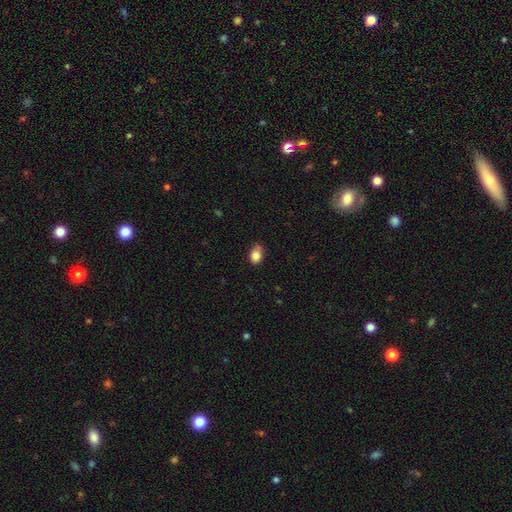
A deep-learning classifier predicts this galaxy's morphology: Smooth or featured? Predicted: smooth (p=0.83). How rounded? Predicted: in between (p=0.70). Merging? Predicted: none (p=0.61).